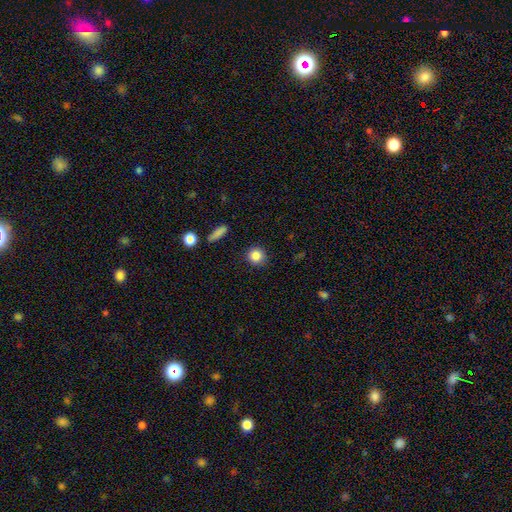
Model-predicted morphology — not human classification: Smooth or featured? Predicted: smooth (p=0.85). How rounded? Predicted: round (p=0.91). Merging? Predicted: none (p=0.88).